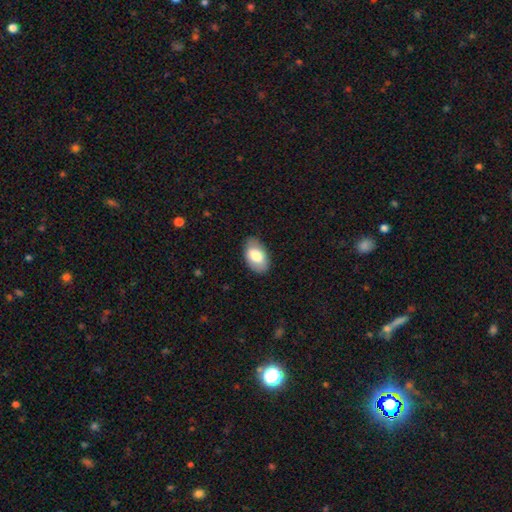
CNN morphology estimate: Q: Smooth or featured?
A: smooth (75%); runner-up: featured or disk (19%)
Q: How rounded?
A: in between (93%); runner-up: round (5%)
Q: Merging?
A: none (83%); runner-up: minor disturbance (13%)